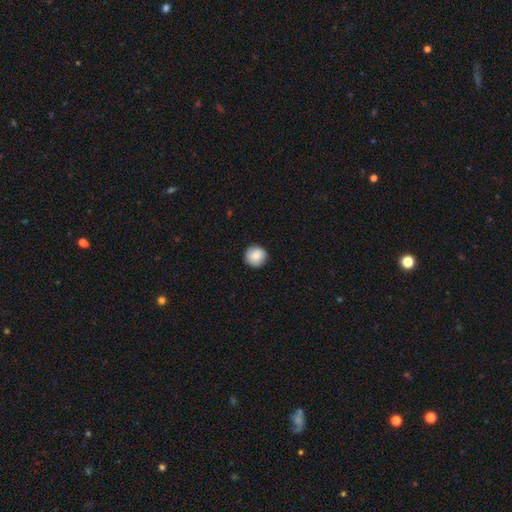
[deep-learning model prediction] This is clearly a smooth galaxy (87%). How rounded: clearly round (95%). Merging: clearly none (91%).